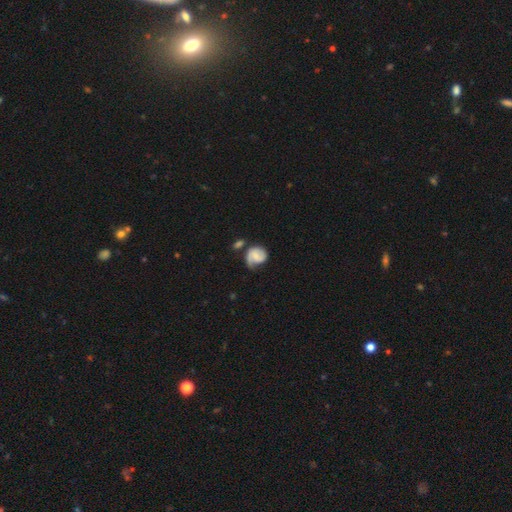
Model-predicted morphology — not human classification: Smooth or featured?
  - featured or disk: 57% *
  - smooth: 37%
  - star or artifact: 7%
Edge-on disk?
  - no: 98% *
  - yes: 2%
Bar?
  - no: 59% *
  - weak: 34%
  - strong: 7%
Spiral arms?
  - yes: 87% *
  - no: 13%
Bulge size?
  - small: 50% *
  - moderate: 27%
  - none: 18%
  - large: 3%
  - dominant: 1%
Merging?
  - none: 43% *
  - minor disturbance: 30%
  - major disturbance: 18%
  - merger: 10%